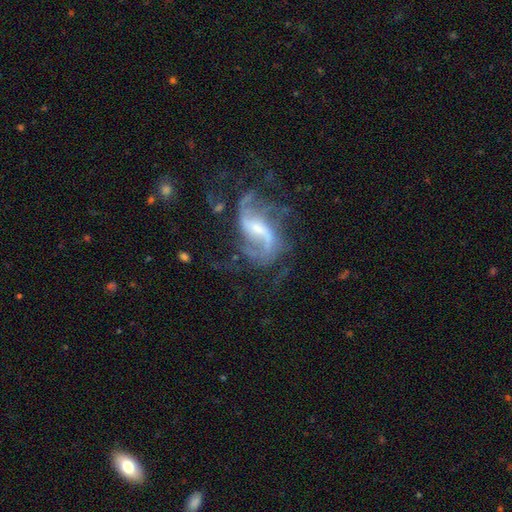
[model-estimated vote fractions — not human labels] This appears to be a featured or disk galaxy (86%) with a weak bar (49%), 2 (66%) loose (55%) spiral arms (95%) and a small central bulge (43%). Merging: none (54%).